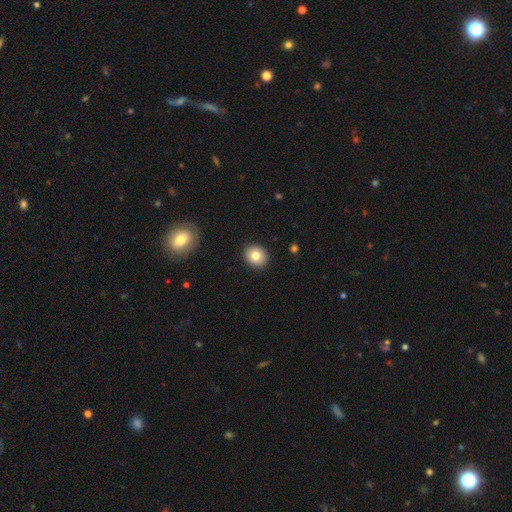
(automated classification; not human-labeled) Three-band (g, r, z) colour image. It shows a smooth galaxy with no disk features (81%) that is round (66%). Merging: none (91%).